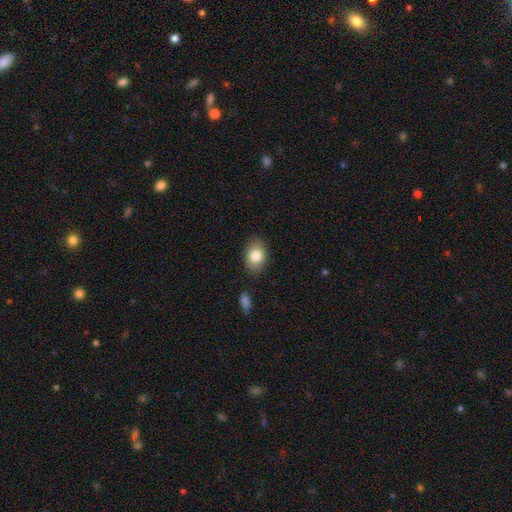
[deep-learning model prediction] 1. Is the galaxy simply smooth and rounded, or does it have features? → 81% smooth, 11% featured or disk, 8% star or artifact.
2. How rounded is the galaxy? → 81% in between, 18% round, 1% cigar-shaped.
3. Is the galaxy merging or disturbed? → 84% none, 11% minor disturbance, 3% major disturbance, 2% merger.